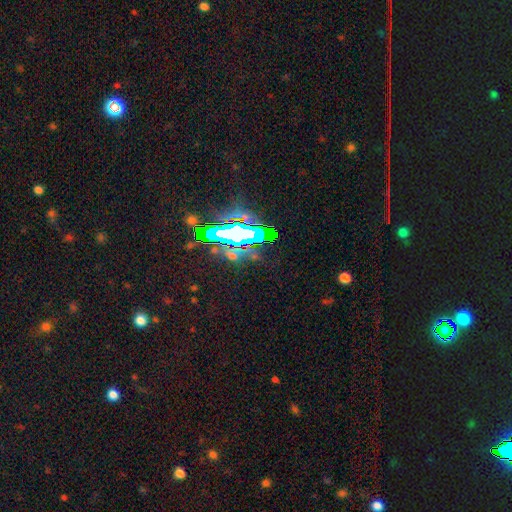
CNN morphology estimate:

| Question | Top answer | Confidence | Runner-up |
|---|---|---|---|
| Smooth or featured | star or artifact | 69% | featured or disk (16%) |